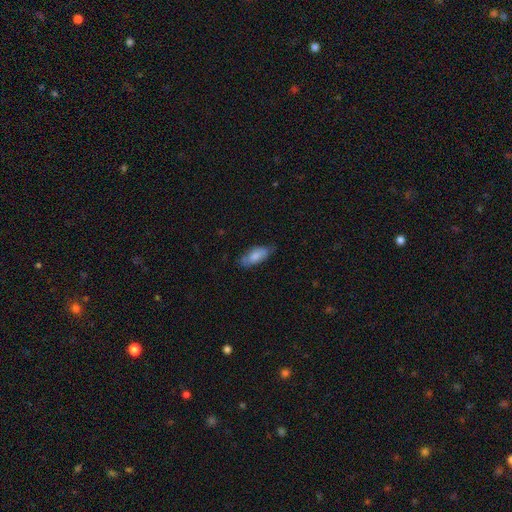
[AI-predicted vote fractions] Smooth or featured: smooth — 76% (featured or disk — 18%)
How rounded: in between — 81% (cigar-shaped — 17%)
Merging: none — 66% (minor disturbance — 27%)